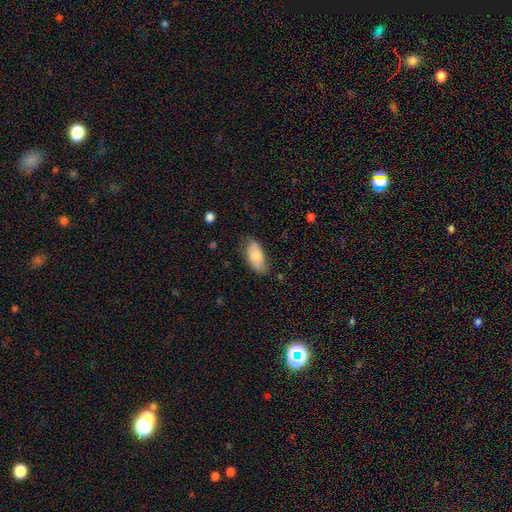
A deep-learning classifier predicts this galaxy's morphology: smooth 79%, featured or disk 15%, star or artifact 6%. Down the decision tree: how rounded — in between (91%); merging — none (71%).